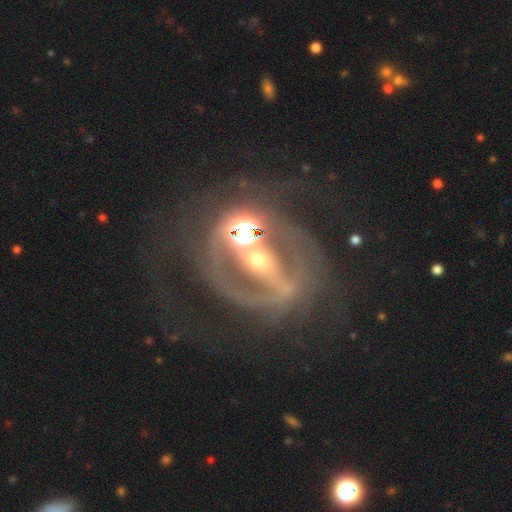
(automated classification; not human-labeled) Overall: featured or disk (72%). Edge-on disk: no (95%). Bar: strong (53%; no 26%). Spiral arms: yes (66%; no 34%). Bulge size: moderate (48%; small 35%). Merging: none (47%; major disturbance 24%).